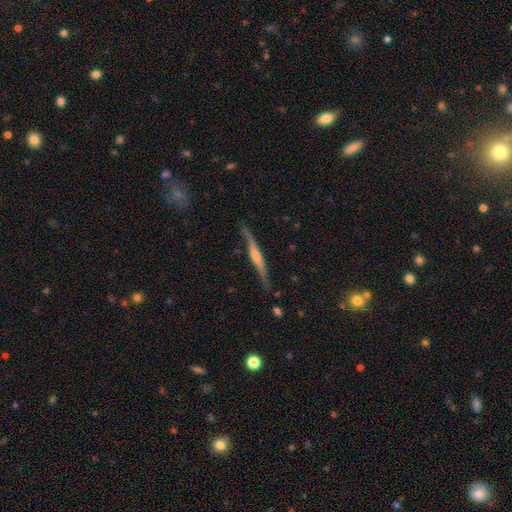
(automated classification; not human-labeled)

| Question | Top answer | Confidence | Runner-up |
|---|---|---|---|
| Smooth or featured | featured or disk | 80% | smooth (14%) |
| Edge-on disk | yes | 98% | no (2%) |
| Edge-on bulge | rounded | 75% | boxy (13%) |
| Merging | none | 87% | minor disturbance (10%) |